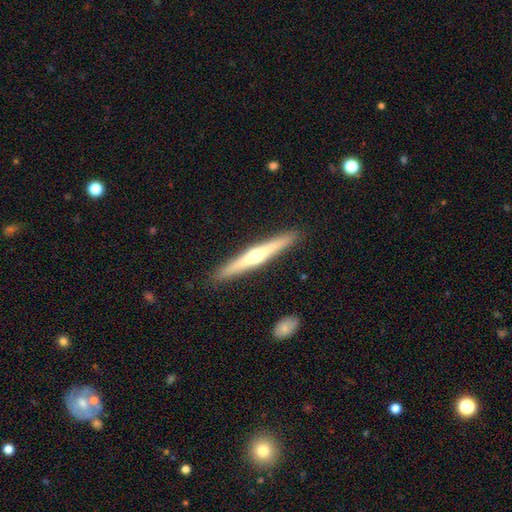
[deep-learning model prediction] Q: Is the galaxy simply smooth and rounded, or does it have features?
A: featured or disk — 64%.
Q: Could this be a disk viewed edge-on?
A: yes — 97%.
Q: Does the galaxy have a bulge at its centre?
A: rounded — 86%.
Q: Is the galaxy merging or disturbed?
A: none — 91%.